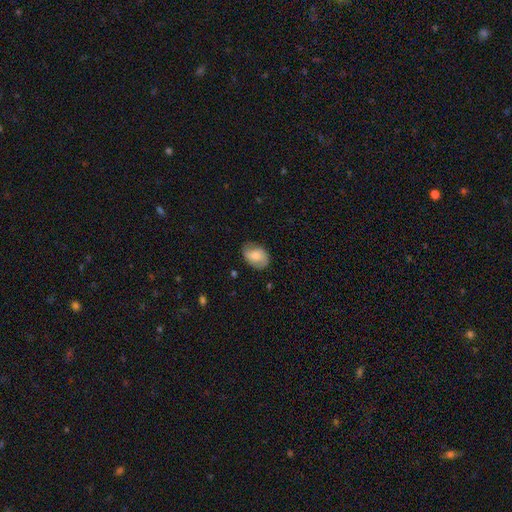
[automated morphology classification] smooth-or-featured: smooth: 64% | featured or disk: 29% | star or artifact: 7%
  how-rounded: in between: 77% | round: 22% | cigar-shaped: 1%
  merging: none: 70% | minor disturbance: 23% | major disturbance: 5% | merger: 1%